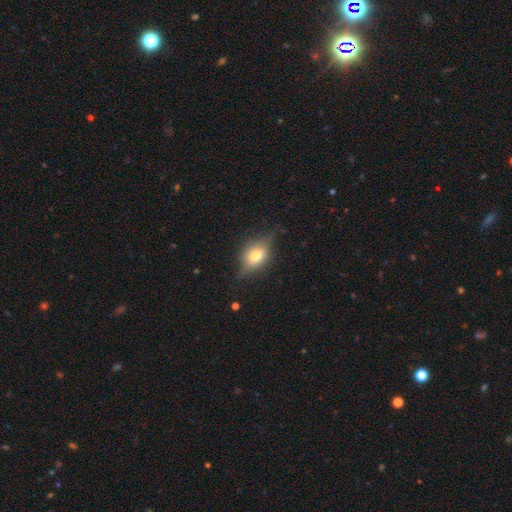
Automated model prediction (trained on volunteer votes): Smooth or featured?
  - featured or disk: 49% *
  - smooth: 41%
  - star or artifact: 10%
Merging?
  - none: 70% *
  - minor disturbance: 21%
  - major disturbance: 8%
  - merger: 1%